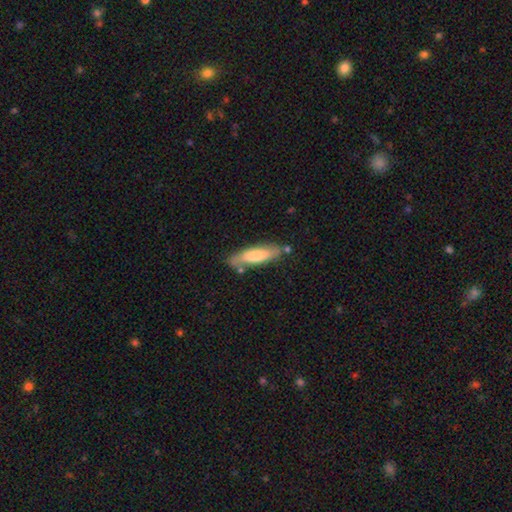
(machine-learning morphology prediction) Smooth or featured: smooth — 69% (featured or disk — 26%)
How rounded: cigar-shaped — 60% (in between — 38%)
Merging: none — 72% (minor disturbance — 17%)